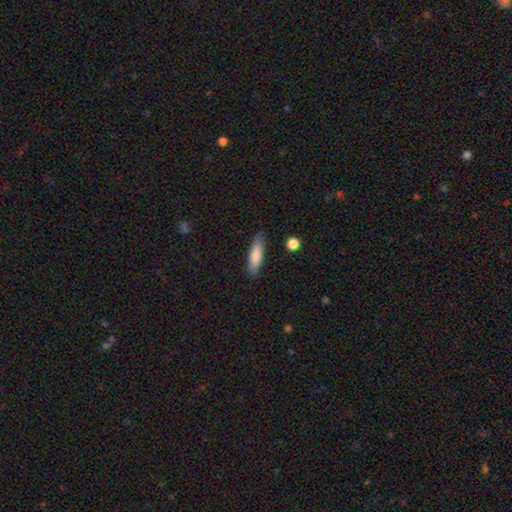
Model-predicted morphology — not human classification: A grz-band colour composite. It shows a smooth galaxy with no disk features (81%) that is cigar-shaped (63%). Merging: none (81%).